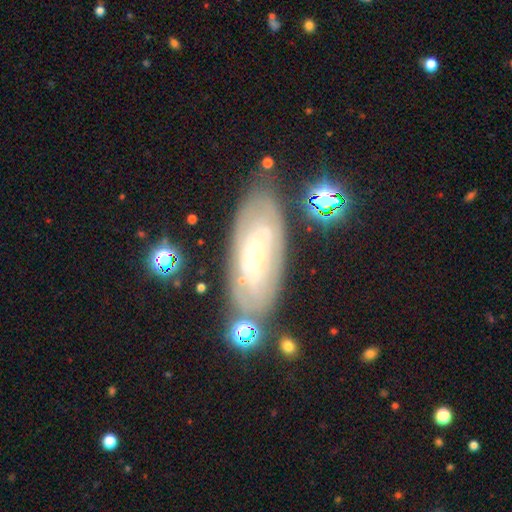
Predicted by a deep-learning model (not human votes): Morphology: type=featured or disk (76%); edge-on=no (90%); bar=no (54%); spiral arms=yes (87%); winding=tight (72%); arm count=can't tell (57%); bulge=small (79%); merging=none (77%).